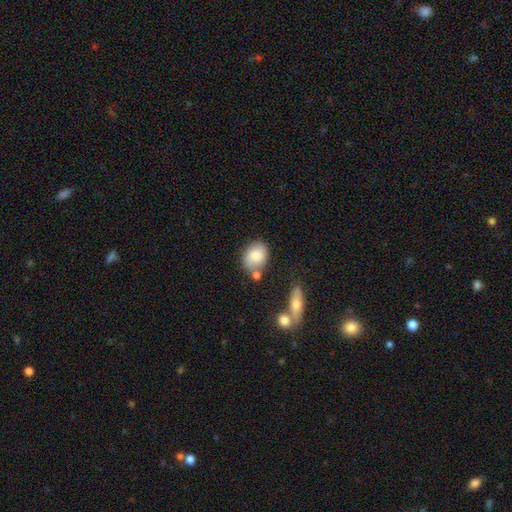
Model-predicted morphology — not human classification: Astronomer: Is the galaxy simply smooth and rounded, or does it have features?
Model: smooth — 80%.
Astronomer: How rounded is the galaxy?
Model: in between — 55% (runner-up: round, 43%).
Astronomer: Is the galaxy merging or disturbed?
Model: none — 63%.